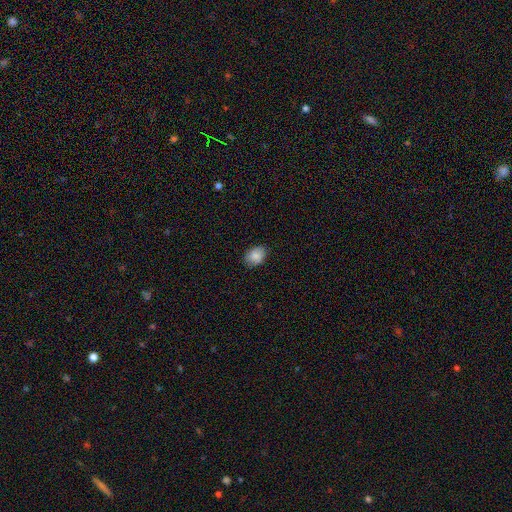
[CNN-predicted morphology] Smooth or featured? Predicted: smooth (p=0.86). How rounded? Predicted: in between (p=0.68). Merging? Predicted: none (p=0.82).